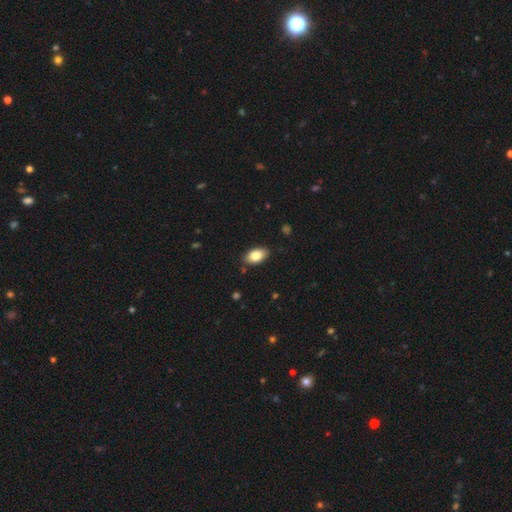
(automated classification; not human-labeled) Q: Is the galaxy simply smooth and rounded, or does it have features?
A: smooth — 83%.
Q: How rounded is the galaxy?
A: in between — 93%.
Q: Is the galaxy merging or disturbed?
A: none — 86%.